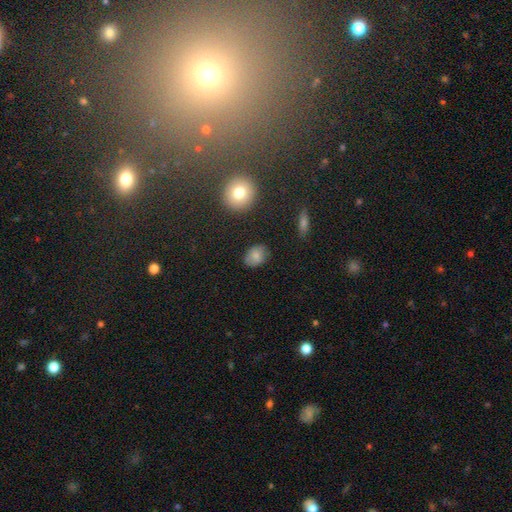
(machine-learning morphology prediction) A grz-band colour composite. It shows a smooth galaxy with no disk features (78%) that is in between round and cigar-shaped (59%). Merging: none (81%).